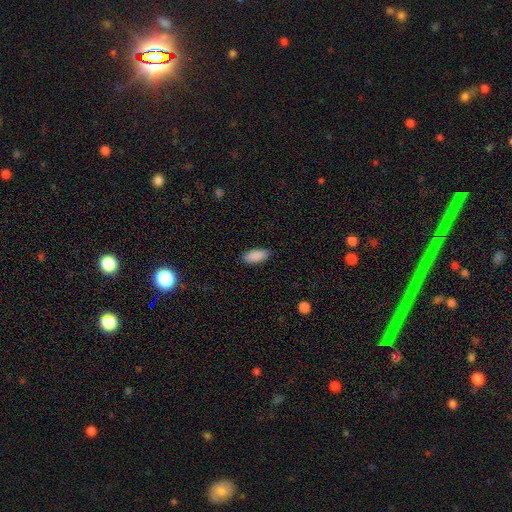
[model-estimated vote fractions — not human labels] smooth_or_featured: smooth (p=0.90) [alt: star or artifact p=0.07]
how_rounded: in between (p=0.87) [alt: cigar-shaped p=0.12]
merging: none (p=0.87) [alt: minor disturbance p=0.10]